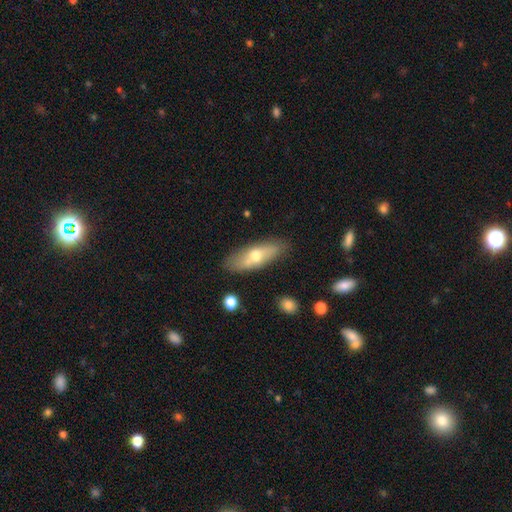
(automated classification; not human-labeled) Smooth or featured? Predicted: smooth (p=0.57). How rounded? Predicted: in between (p=0.61). Merging? Predicted: none (p=0.79).